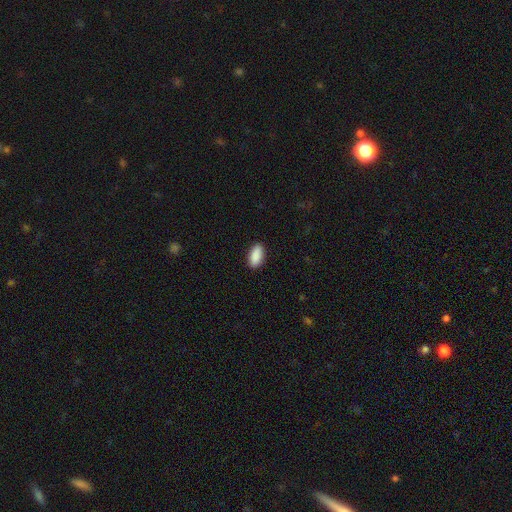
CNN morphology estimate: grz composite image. It shows a smooth galaxy with no disk features (91%) that is in between round and cigar-shaped (90%). Merging: none (89%).